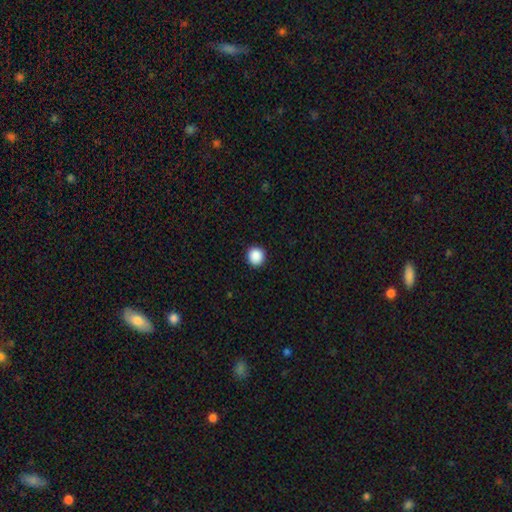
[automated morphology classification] Smooth or featured: smooth — 89% (star or artifact — 9%)
How rounded: round — 91% (in between — 8%)
Merging: none — 92% (minor disturbance — 6%)